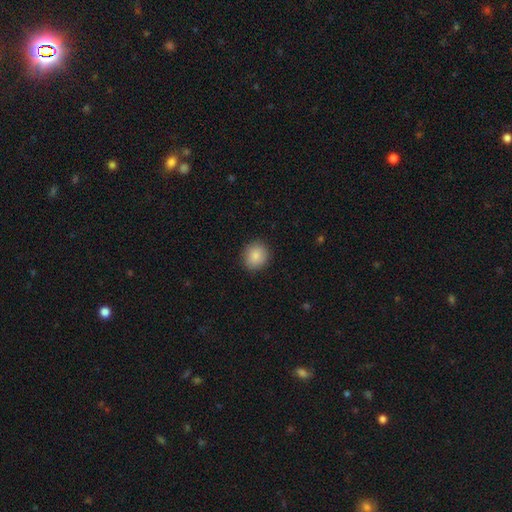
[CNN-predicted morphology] The model was most divided on "how rounded": round: 81%, in between: 18%, cigar-shaped: 1%. More confident: merging — none (90%); smooth or featured — smooth (87%).